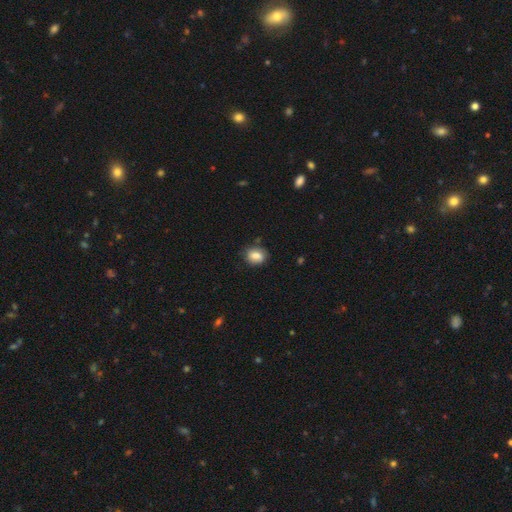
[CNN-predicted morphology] Smooth or featured? Predicted: smooth (p=0.79). How rounded? Predicted: in between (p=0.55). Merging? Predicted: none (p=0.74).